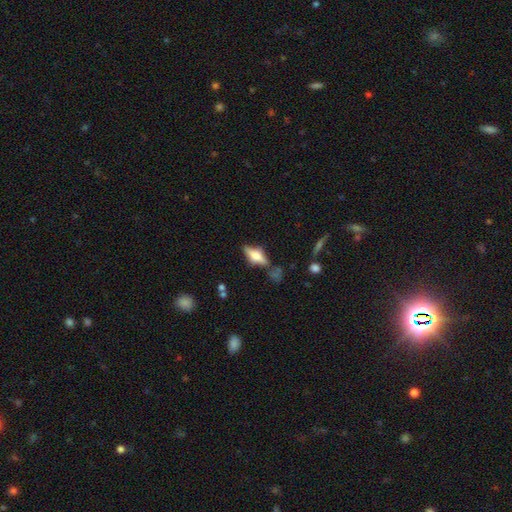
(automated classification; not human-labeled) Smooth or featured: featured or disk — 53% (smooth — 39%)
Edge-on disk: yes — 89% (no — 11%)
Merging: none — 67% (minor disturbance — 18%)